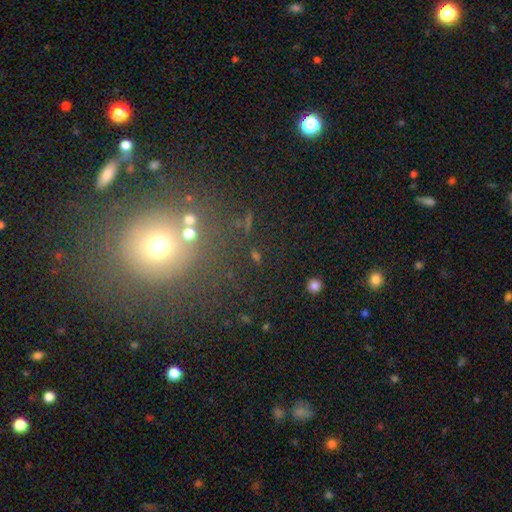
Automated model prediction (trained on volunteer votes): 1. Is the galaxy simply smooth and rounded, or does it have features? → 44% star or artifact, 43% smooth, 13% featured or disk.